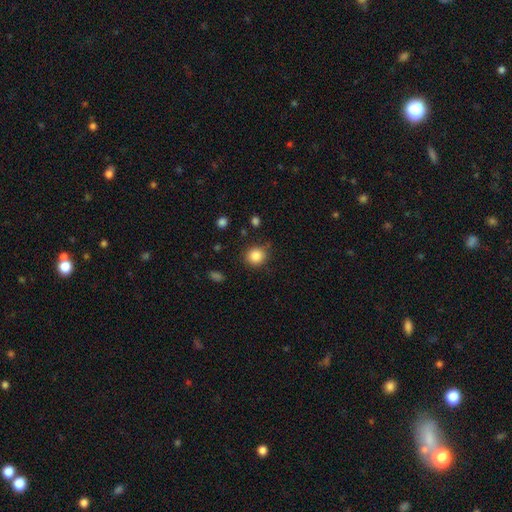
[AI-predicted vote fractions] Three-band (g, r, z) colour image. It shows a smooth galaxy with no disk features (86%) that is round (85%). Merging: none (84%).